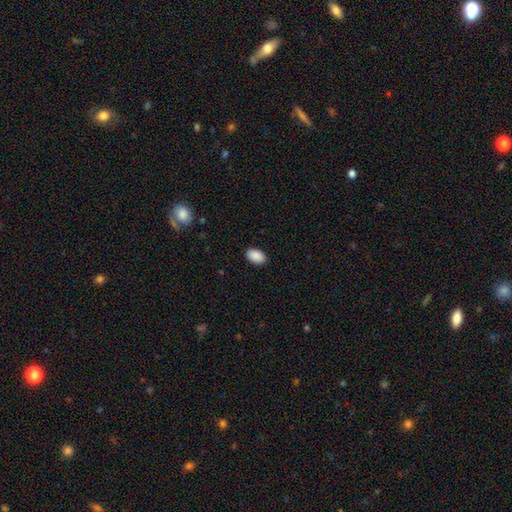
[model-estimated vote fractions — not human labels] Smooth or featured? Predicted: smooth (p=0.91). How rounded? Predicted: in between (p=0.92). Merging? Predicted: none (p=0.89).